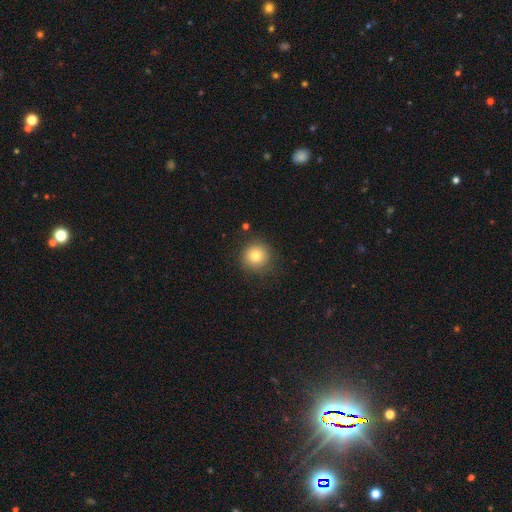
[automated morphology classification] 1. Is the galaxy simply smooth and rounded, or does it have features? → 80% smooth, 11% star or artifact, 9% featured or disk.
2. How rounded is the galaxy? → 94% round, 5% in between, 1% cigar-shaped.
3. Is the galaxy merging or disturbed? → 87% none, 9% minor disturbance, 3% major disturbance, 2% merger.